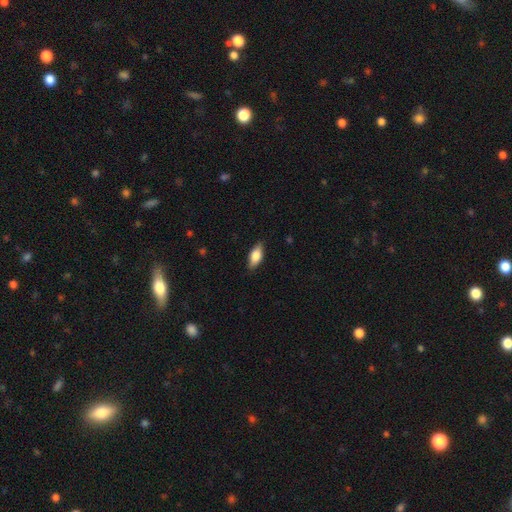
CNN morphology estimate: Overall: smooth (78%). How rounded: in between (84%). Merging: none (86%).